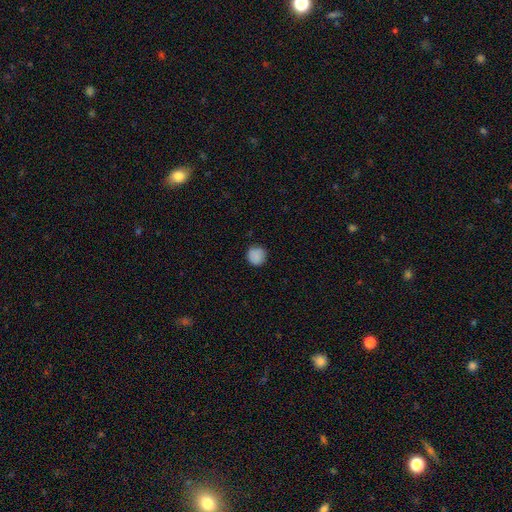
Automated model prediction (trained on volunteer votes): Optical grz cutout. It shows a smooth galaxy with no disk features (87%) that is round (93%). Merging: none (86%).